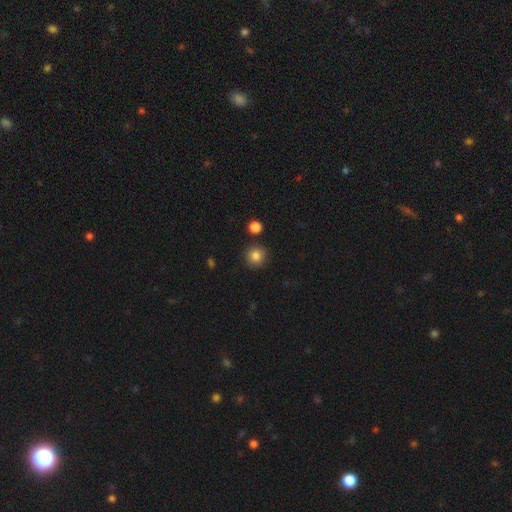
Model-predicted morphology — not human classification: smooth_or_featured: smooth (p=0.83) [alt: star or artifact p=0.11]
how_rounded: round (p=0.93) [alt: in between p=0.06]
merging: none (p=0.88) [alt: minor disturbance p=0.07]